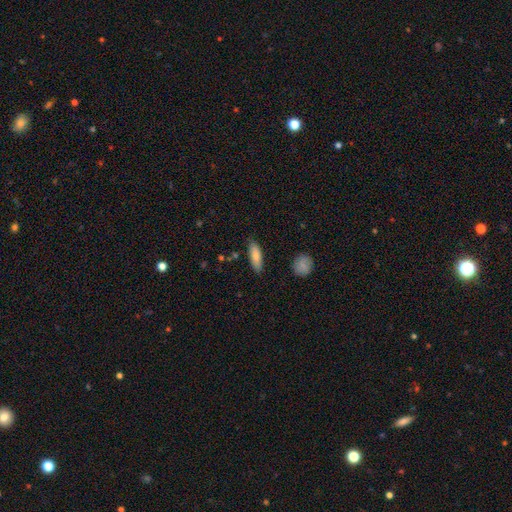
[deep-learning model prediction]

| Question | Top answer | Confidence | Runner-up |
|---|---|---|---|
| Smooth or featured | smooth | 79% | featured or disk (15%) |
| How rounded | in between | 58% | cigar-shaped (40%) |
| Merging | none | 83% | minor disturbance (13%) |